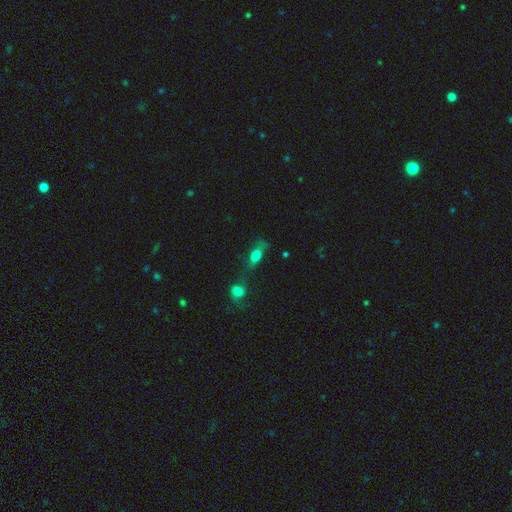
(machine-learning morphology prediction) This is likely a smooth galaxy (66%). How rounded: likely in between (67%). Merging: marginally none (41%).